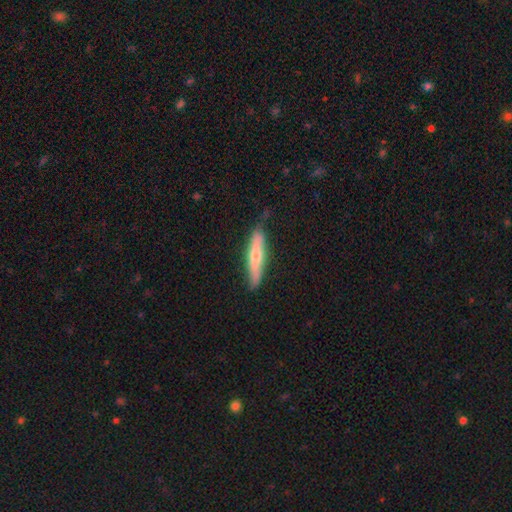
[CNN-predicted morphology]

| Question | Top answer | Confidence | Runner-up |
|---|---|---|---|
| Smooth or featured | smooth | 56% | featured or disk (38%) |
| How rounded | cigar-shaped | 86% | in between (13%) |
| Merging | none | 74% | minor disturbance (21%) |